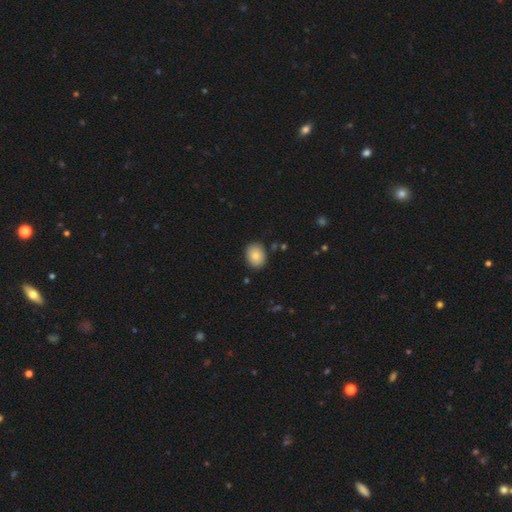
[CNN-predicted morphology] Smooth or featured? Predicted: smooth (p=0.84). How rounded? Predicted: in between (p=0.54). Merging? Predicted: none (p=0.87).